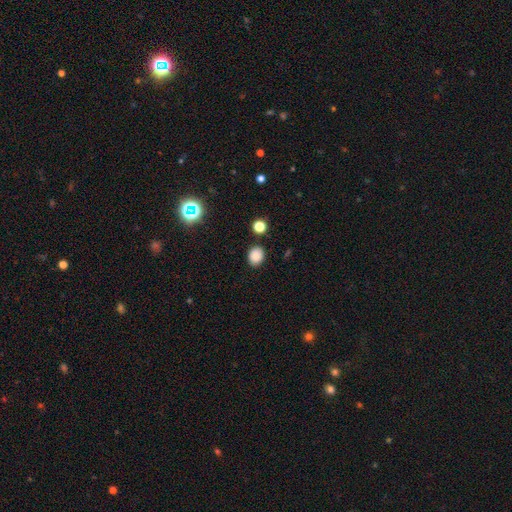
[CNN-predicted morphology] Smooth or featured? smooth (85%)
How rounded? in between (51%)
Merging? none (85%)